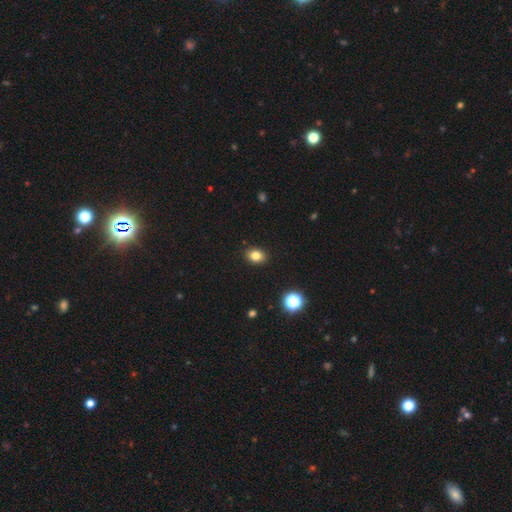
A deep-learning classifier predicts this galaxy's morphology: smooth-or-featured: smooth: 81% | star or artifact: 12% | featured or disk: 7%
  how-rounded: in between: 63% | round: 36% | cigar-shaped: 1%
  merging: none: 90% | minor disturbance: 7% | major disturbance: 2% | merger: 1%